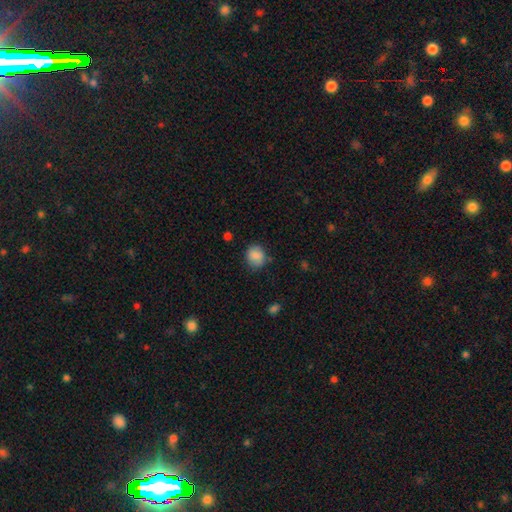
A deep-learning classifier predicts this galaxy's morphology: This appears to be a smooth galaxy with no disk features (85%) that is round (71%). Merging: none (75%).